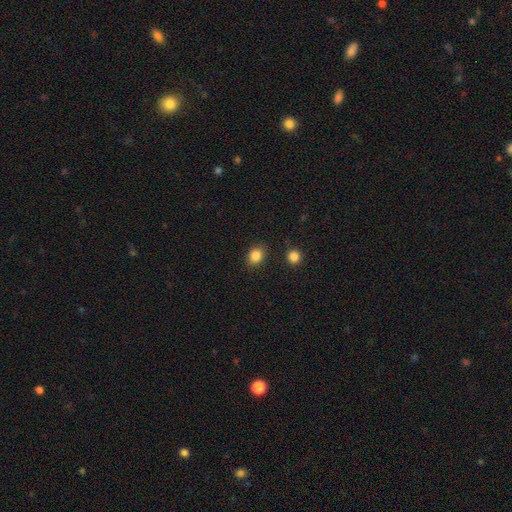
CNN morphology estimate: Q: Smooth or featured?
A: smooth (85%); runner-up: star or artifact (10%)
Q: How rounded?
A: in between (51%); runner-up: round (48%)
Q: Merging?
A: none (85%); runner-up: minor disturbance (9%)